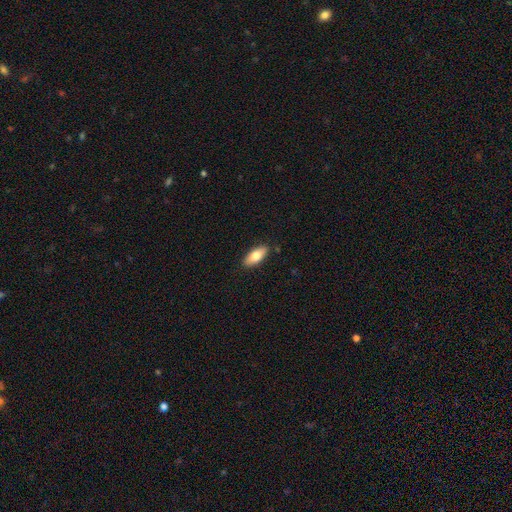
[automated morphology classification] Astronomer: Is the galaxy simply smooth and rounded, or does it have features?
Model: smooth — 75%.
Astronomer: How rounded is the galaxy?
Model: in between — 83%.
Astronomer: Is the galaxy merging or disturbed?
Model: none — 88%.